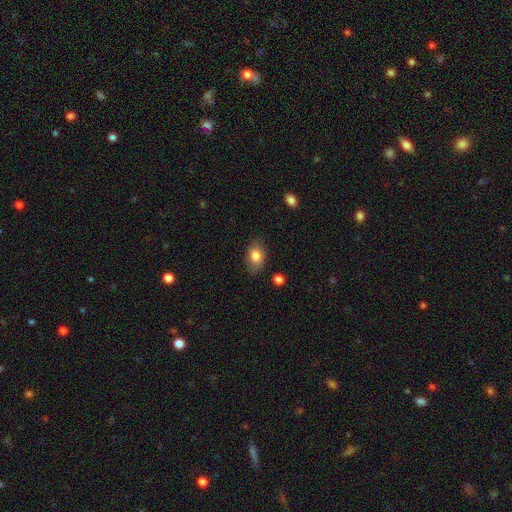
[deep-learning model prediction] smooth_or_featured: smooth (p=0.78) [alt: featured or disk p=0.14]
how_rounded: in between (p=0.83) [alt: round p=0.16]
merging: none (p=0.76) [alt: minor disturbance p=0.18]